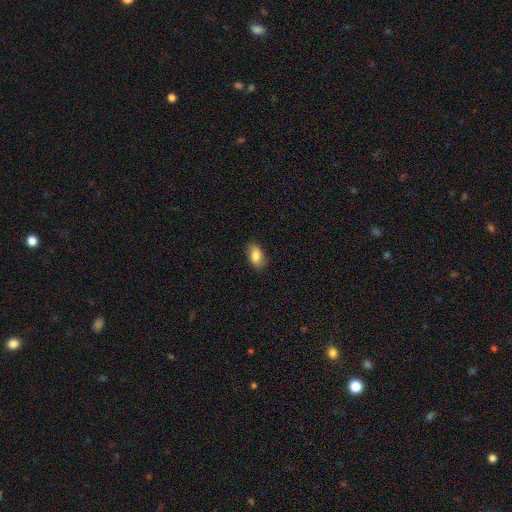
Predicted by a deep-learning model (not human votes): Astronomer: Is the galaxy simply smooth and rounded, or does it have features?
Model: smooth — 86%.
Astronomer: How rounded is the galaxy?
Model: in between — 91%.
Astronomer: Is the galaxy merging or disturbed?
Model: none — 82%.